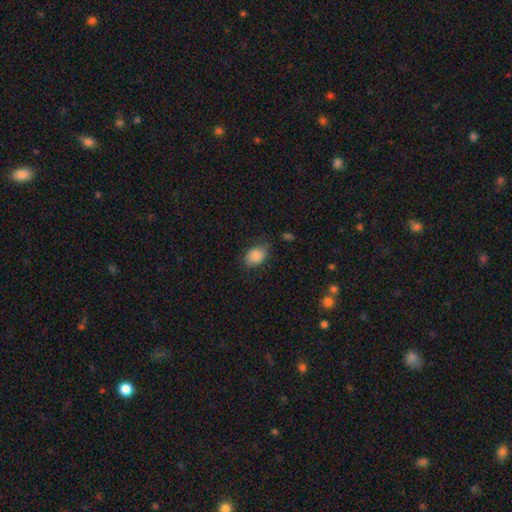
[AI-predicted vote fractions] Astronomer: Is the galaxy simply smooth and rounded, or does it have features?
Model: smooth — 86%.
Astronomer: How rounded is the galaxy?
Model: in between — 77%.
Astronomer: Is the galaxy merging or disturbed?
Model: none — 67%.